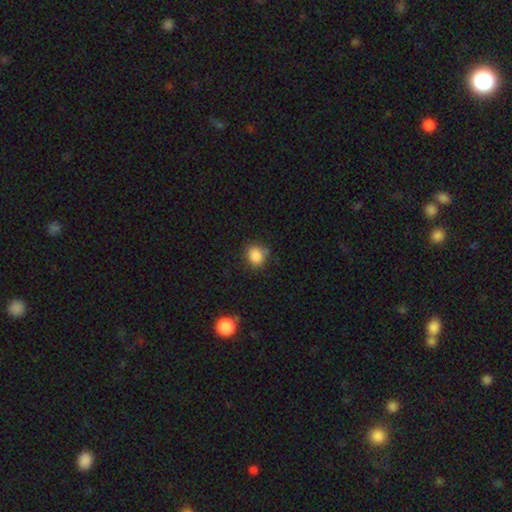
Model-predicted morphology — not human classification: smooth 86%, star or artifact 10%, featured or disk 4%. Down the decision tree: how rounded — round (66%); merging — none (75%).